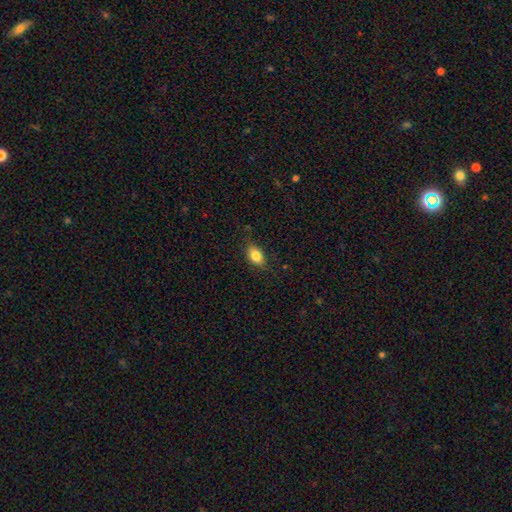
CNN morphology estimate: Smooth or featured? Predicted: smooth (p=0.83). How rounded? Predicted: in between (p=0.83). Merging? Predicted: none (p=0.78).